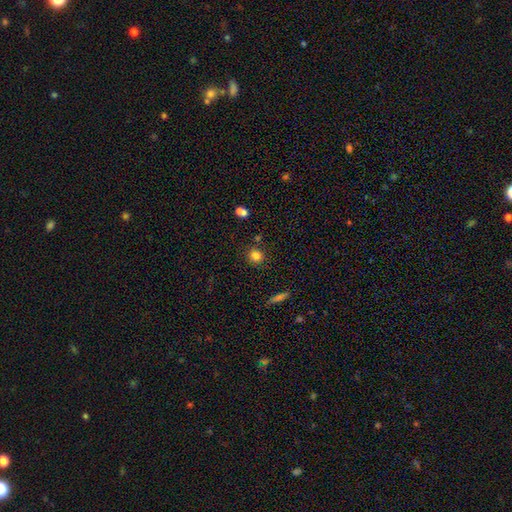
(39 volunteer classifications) This appears to be a smooth galaxy with no disk features (82%) that is round (88%). Merging: none (74%).